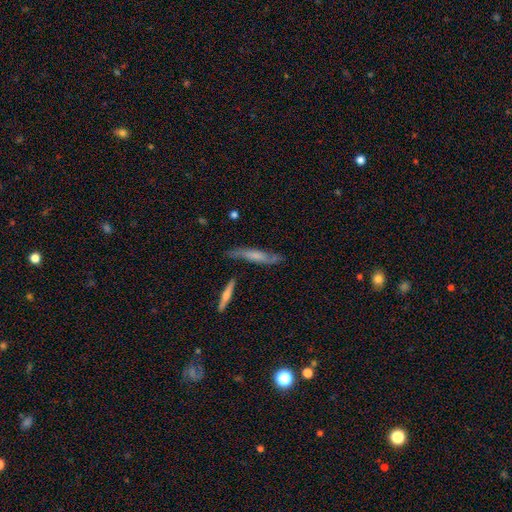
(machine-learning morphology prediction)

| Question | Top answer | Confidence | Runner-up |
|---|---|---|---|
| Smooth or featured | featured or disk | 61% | smooth (32%) |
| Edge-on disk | yes | 56% | no (44%) |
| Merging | none | 71% | minor disturbance (19%) |